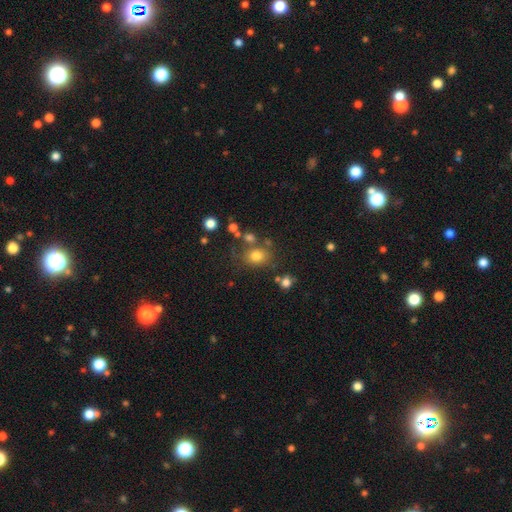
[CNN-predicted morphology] The model was most divided on "how rounded": round: 61%, in between: 38%, cigar-shaped: 1%. More confident: smooth or featured — smooth (77%); merging — none (69%).